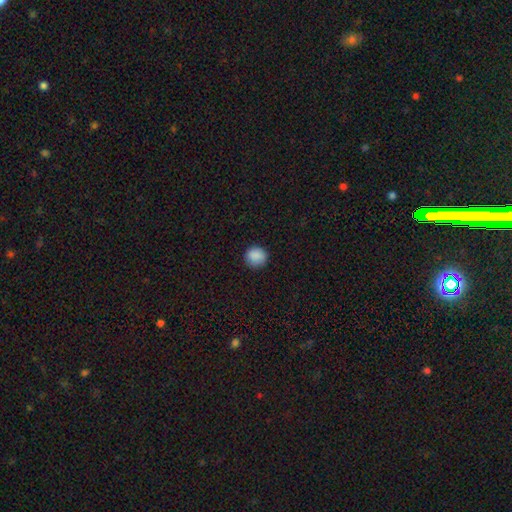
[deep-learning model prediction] Morphology: type=smooth (89%); roundness=round (90%); merging=none (89%).